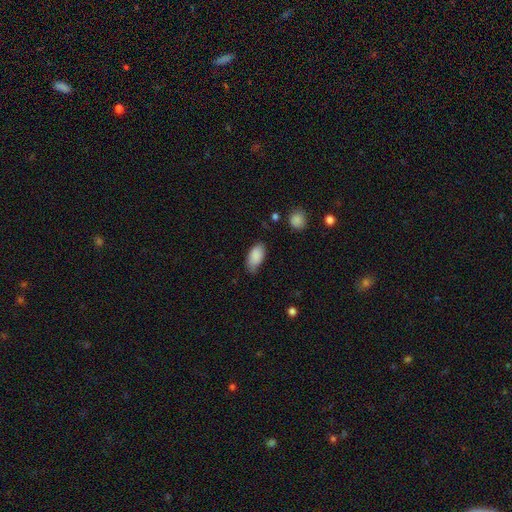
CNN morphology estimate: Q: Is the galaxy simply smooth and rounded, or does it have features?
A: smooth — 87%.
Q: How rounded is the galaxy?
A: in between — 94%.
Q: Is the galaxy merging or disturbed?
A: none — 62%.